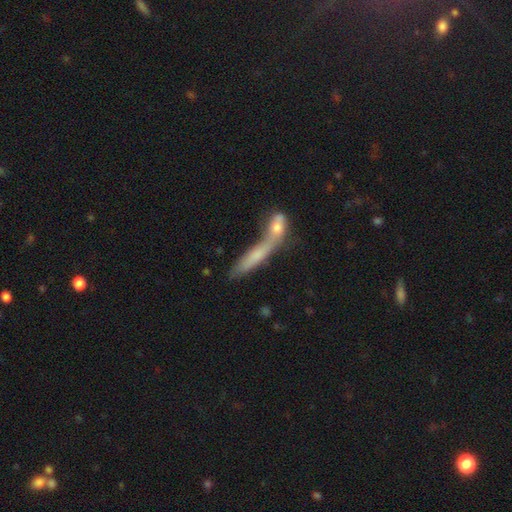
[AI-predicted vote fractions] smooth_or_featured: smooth (p=0.62) [alt: featured or disk p=0.30]
how_rounded: cigar-shaped (p=0.77) [alt: in between p=0.19]
merging: merger (p=0.59) [alt: none p=0.25]